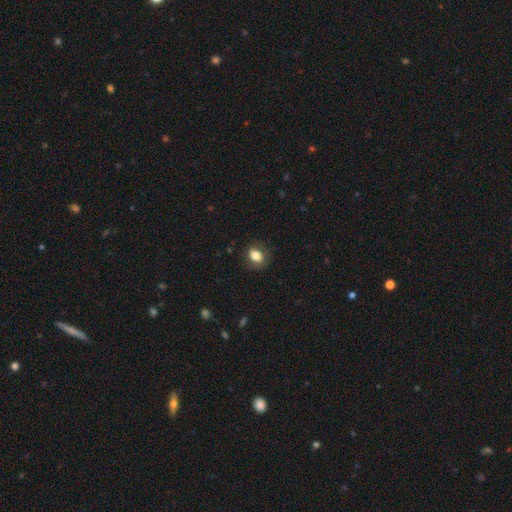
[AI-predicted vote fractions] A smooth galaxy with no disk features (81%) that is in between round and cigar-shaped (63%). Merging: none (83%).